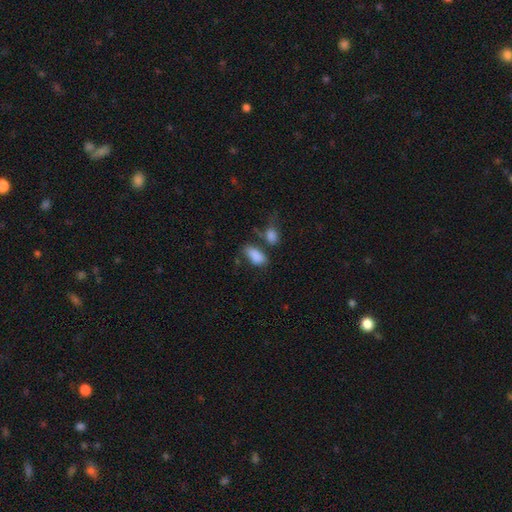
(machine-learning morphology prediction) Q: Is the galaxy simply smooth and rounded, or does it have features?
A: smooth — 87%.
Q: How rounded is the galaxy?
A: in between — 91%.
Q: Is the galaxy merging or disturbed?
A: none — 51%.